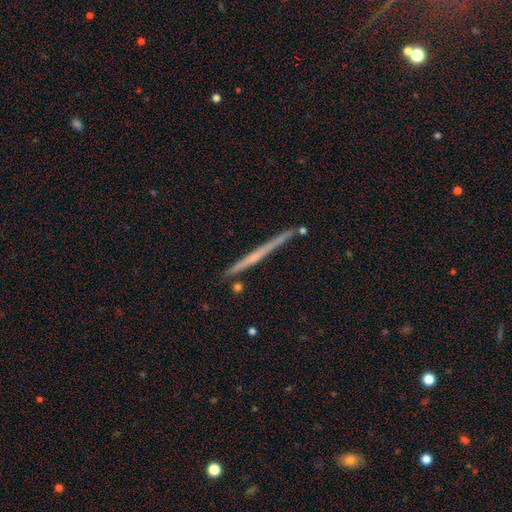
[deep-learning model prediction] This appears to be a featured or disk galaxy (62%) viewed edge-on (98%) with no central bulge (76%). Merging: none (87%).